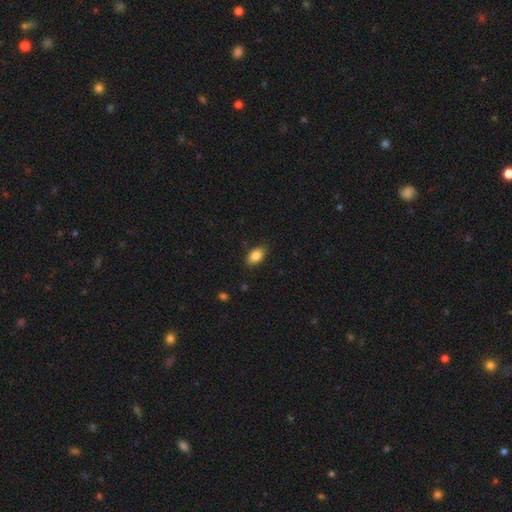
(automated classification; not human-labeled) Overall: smooth (85%). How rounded: in between (90%). Merging: none (86%).